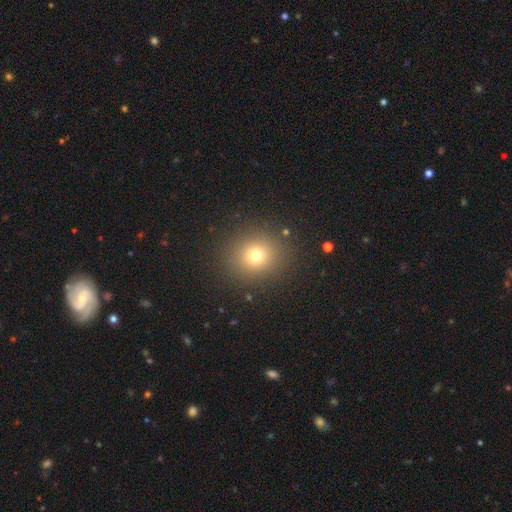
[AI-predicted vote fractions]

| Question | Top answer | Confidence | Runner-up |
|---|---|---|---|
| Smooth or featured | smooth | 71% | star or artifact (19%) |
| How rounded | round | 88% | in between (11%) |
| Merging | none | 89% | minor disturbance (6%) |